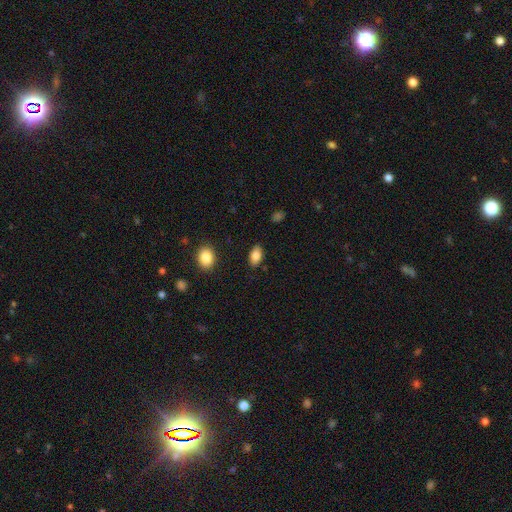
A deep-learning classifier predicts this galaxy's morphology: The model was most divided on "merging": none: 86%, minor disturbance: 10%, major disturbance: 3%, merger: 2%. More confident: how rounded — in between (92%); smooth or featured — smooth (85%).